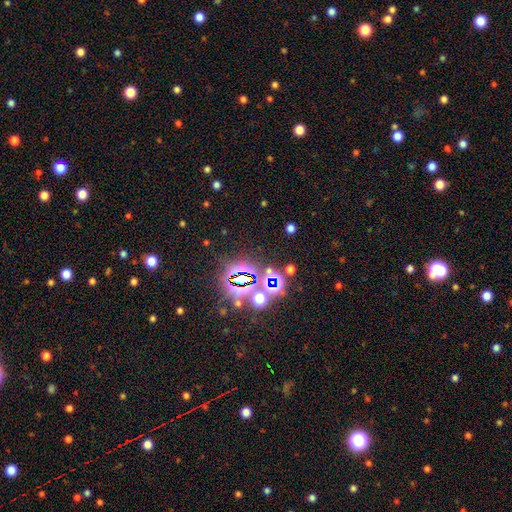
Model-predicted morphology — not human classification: Smooth or featured?
  - star or artifact: 81% *
  - smooth: 10%
  - featured or disk: 9%